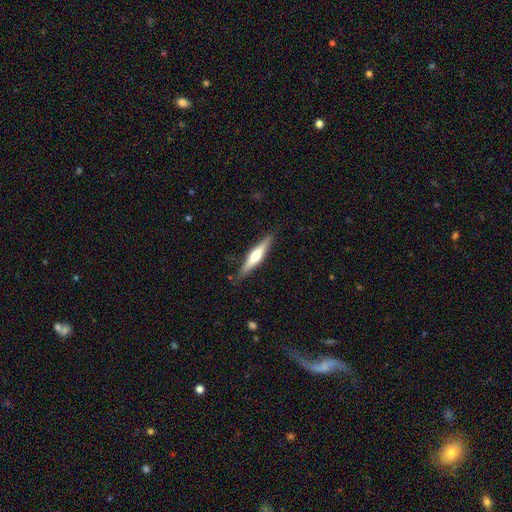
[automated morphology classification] The model was most divided on "smooth or featured": featured or disk: 59%, smooth: 36%, star or artifact: 5%. More confident: edge-on disk — yes (96%); edge-on bulge — rounded (90%); merging — none (87%).